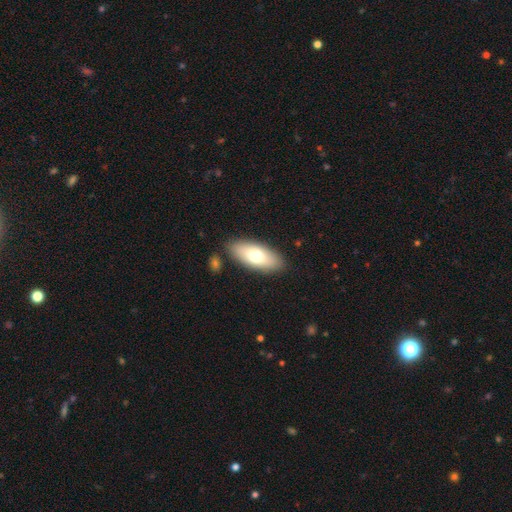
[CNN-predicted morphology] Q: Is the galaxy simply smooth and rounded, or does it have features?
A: smooth — 72%.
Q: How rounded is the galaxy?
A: in between — 84%.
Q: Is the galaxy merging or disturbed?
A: none — 84%.